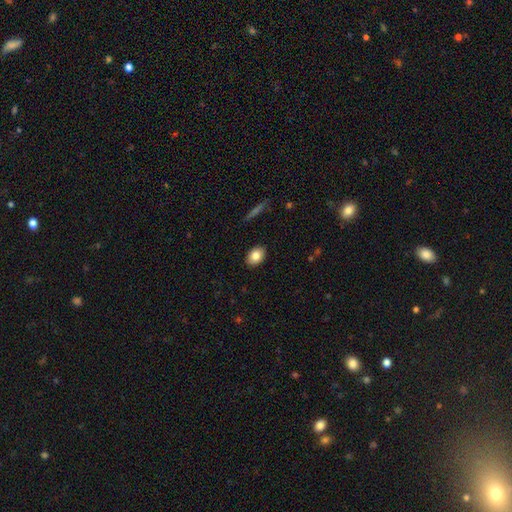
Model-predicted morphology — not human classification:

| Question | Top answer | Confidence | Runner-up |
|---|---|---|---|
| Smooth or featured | smooth | 82% | featured or disk (10%) |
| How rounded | in between | 82% | round (17%) |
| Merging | none | 89% | minor disturbance (8%) |